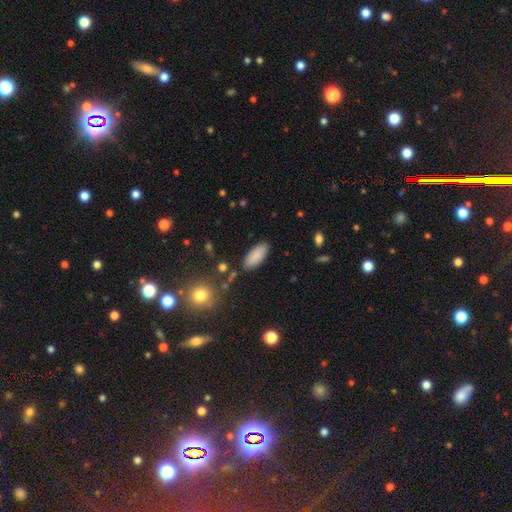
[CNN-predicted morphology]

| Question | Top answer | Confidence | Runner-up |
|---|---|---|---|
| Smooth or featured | smooth | 88% | star or artifact (7%) |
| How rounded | in between | 83% | cigar-shaped (16%) |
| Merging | none | 86% | minor disturbance (10%) |